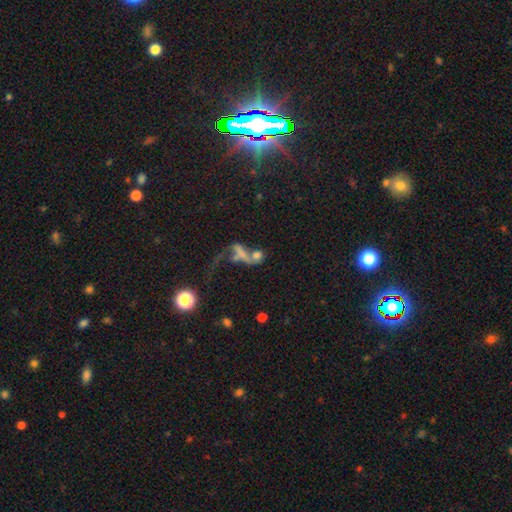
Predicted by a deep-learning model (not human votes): smooth-or-featured: smooth: 50% | featured or disk: 32% | star or artifact: 18%
  how-rounded: in between: 54% | round: 33% | cigar-shaped: 14%
  merging: merger: 51% | major disturbance: 22% | none: 19% | minor disturbance: 8%